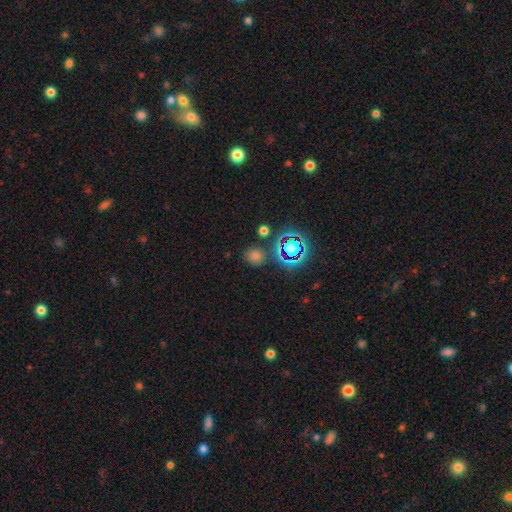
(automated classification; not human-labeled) Smooth or featured? smooth (57%)
How rounded? round (83%)
Merging? none (81%)